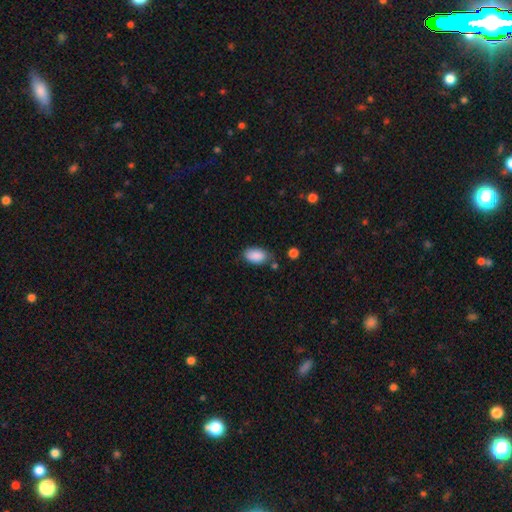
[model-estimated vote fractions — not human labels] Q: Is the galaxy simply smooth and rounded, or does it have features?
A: smooth — 88%.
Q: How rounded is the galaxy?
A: in between — 94%.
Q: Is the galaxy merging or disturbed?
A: none — 67%.